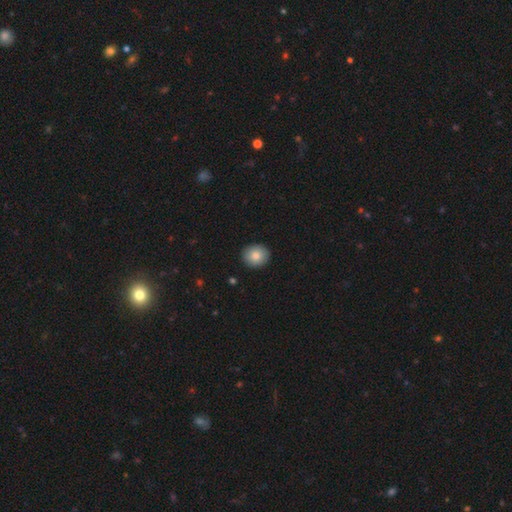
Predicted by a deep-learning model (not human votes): This appears to be a smooth galaxy with no disk features (83%) that is round (79%). Merging: none (91%).